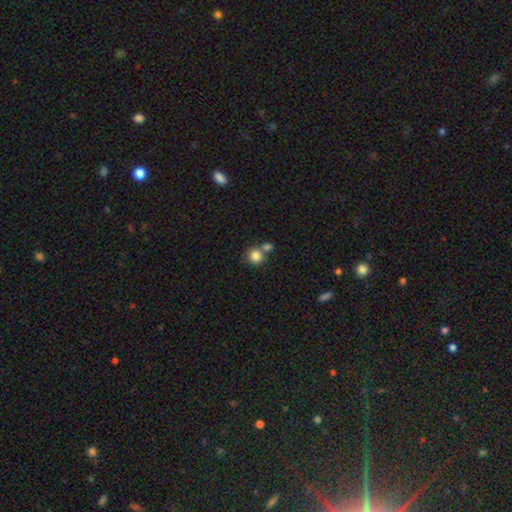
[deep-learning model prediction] Smooth or featured: smooth — 84% (star or artifact — 10%)
How rounded: round — 90% (in between — 9%)
Merging: none — 57% (merger — 32%)